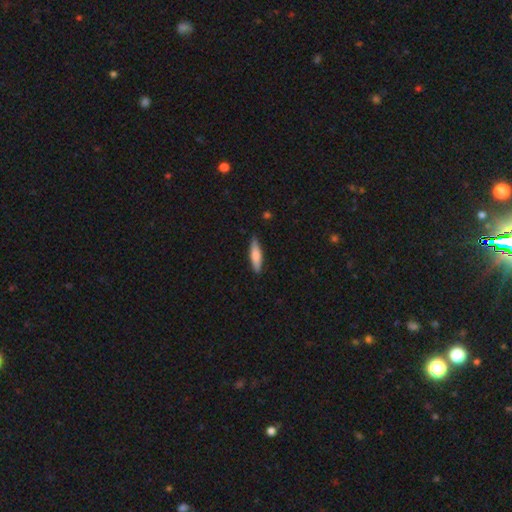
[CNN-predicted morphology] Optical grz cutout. It shows a smooth galaxy with no disk features (71%) that is cigar-shaped (74%). Merging: none (86%).